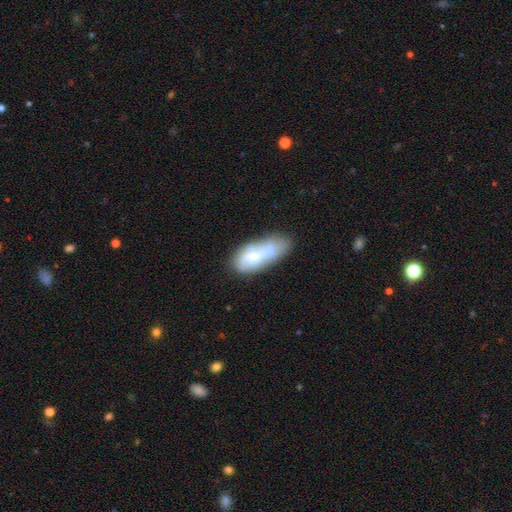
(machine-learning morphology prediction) smooth_or_featured: smooth (p=0.61) [alt: featured or disk p=0.32]
how_rounded: in between (p=0.81) [alt: cigar-shaped p=0.16]
merging: none (p=0.40) [alt: minor disturbance p=0.28]